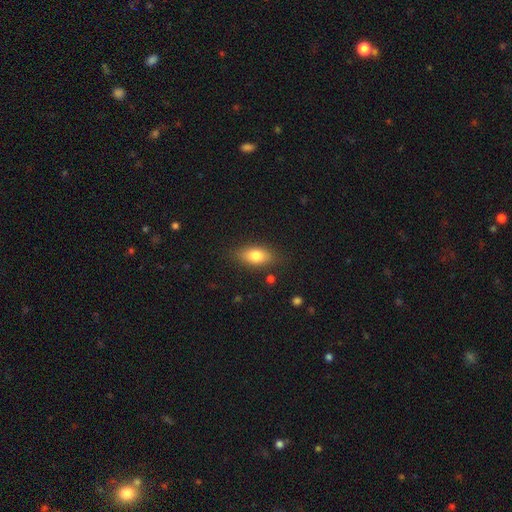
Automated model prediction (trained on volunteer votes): Smooth or featured? Predicted: smooth (p=0.77). How rounded? Predicted: in between (p=0.84). Merging? Predicted: none (p=0.83).